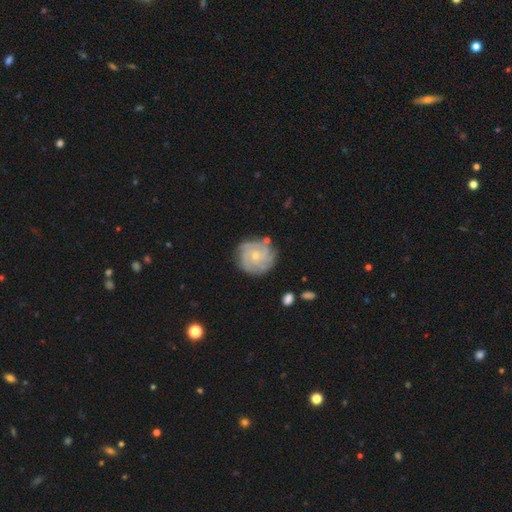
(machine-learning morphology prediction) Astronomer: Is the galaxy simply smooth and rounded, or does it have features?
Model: featured or disk — 76%.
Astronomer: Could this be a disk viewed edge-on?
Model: no — 98%.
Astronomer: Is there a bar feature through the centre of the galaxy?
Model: no — 77%.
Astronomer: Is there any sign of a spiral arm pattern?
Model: yes — 94%.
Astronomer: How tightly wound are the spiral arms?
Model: tight — 66%.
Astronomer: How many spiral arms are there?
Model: can't tell — 31% (runner-up: 4, 26%).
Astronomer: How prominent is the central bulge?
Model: small — 62%.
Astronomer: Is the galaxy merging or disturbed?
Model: none — 78%.